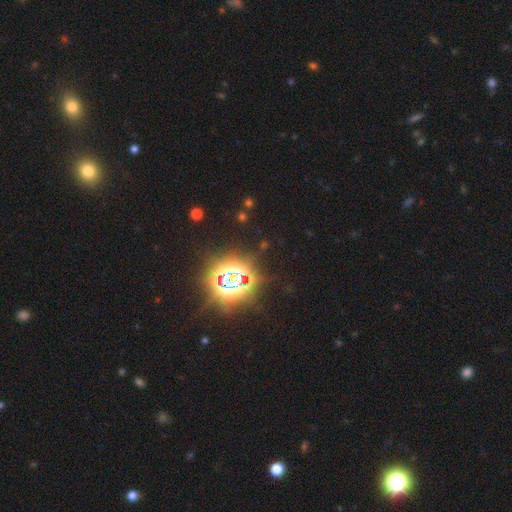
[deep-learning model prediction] Morphology: type=star or artifact (78%).